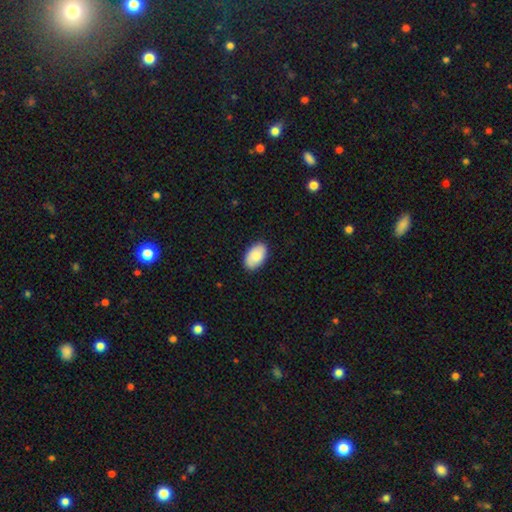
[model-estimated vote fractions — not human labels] smooth-or-featured: smooth: 85% | featured or disk: 9% | star or artifact: 6%
  how-rounded: in between: 94% | round: 5% | cigar-shaped: 1%
  merging: none: 87% | minor disturbance: 10% | major disturbance: 2% | merger: 1%